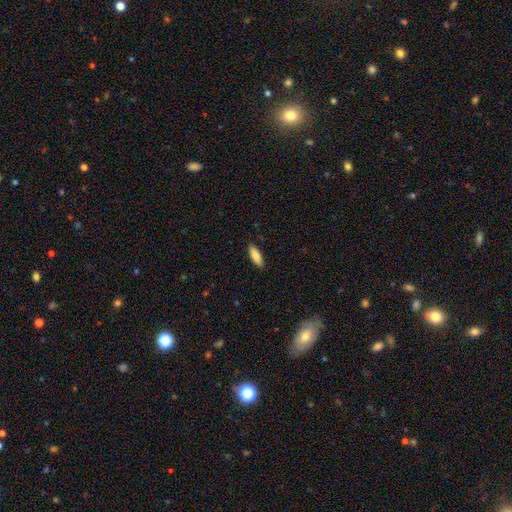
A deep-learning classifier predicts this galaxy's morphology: This appears to be a smooth galaxy with no disk features (83%) that is in between round and cigar-shaped (69%). Merging: none (88%).